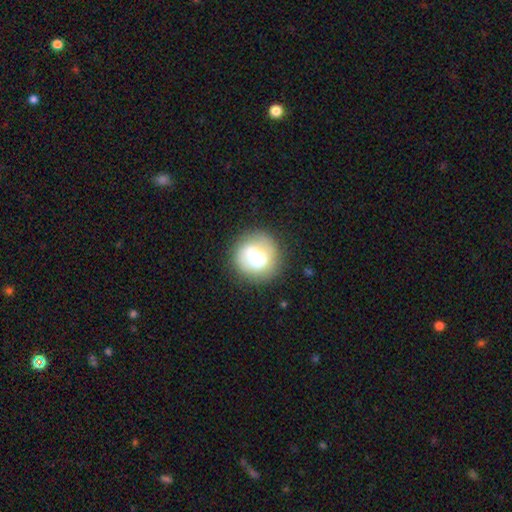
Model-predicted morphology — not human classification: Q: Smooth or featured?
A: featured or disk (47%); runner-up: smooth (45%)
Q: Merging?
A: none (76%); runner-up: minor disturbance (14%)